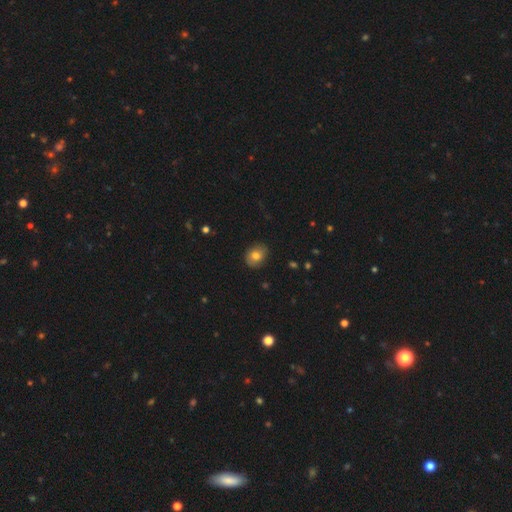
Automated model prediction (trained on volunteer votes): A smooth galaxy with no disk features (73%) that is round (52%). Merging: none (81%).